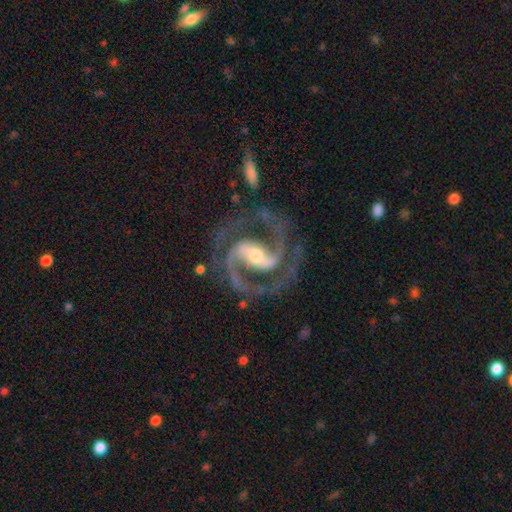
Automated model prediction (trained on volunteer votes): smooth-or-featured: featured or disk: 94% | star or artifact: 4% | smooth: 2%
  disk-edge-on: no: 98% | yes: 2%
    bar: strong: 60% | weak: 30% | no: 10%
    has-spiral-arms: yes: 99% | no: 1%
      spiral-winding: medium: 66% | tight: 24% | loose: 9%
      spiral-arm-count: 2: 92% | 3: 3% | can't tell: 1% | 1: 1% | 4: 1% | more than 4: 1%
    bulge-size: moderate: 53% | small: 38% | large: 6% | none: 2% | dominant: 1%
  merging: none: 79% | minor disturbance: 12% | major disturbance: 7% | merger: 2%